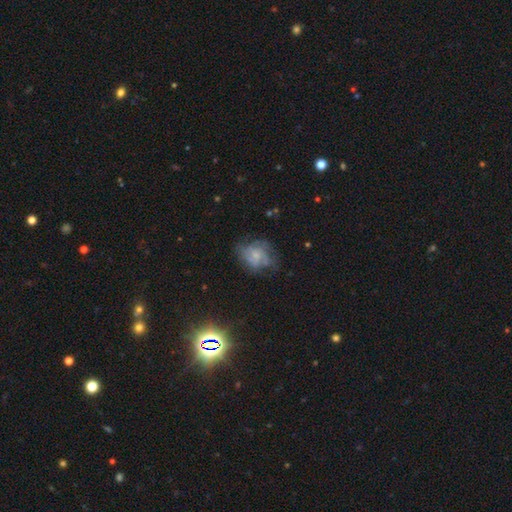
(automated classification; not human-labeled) This is likely a featured or disk galaxy (65%). It is clearly not viewed edge-on (98%). Bar: likely no (63%). Spiral arm pattern: clearly yes (82%). Spiral arm count: marginally can't tell (35%). Spiral winding: marginally medium (44%). Central bulge: possibly small (54%). Merging: possibly none (56%).